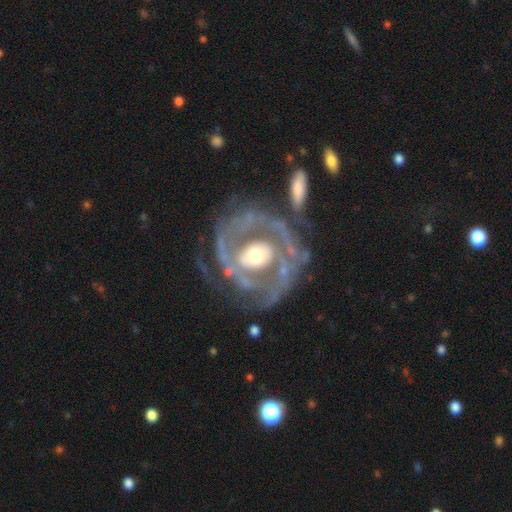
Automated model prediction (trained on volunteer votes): smooth-or-featured: featured or disk: 84% | smooth: 11% | star or artifact: 5%
  disk-edge-on: no: 97% | yes: 3%
    bar: no: 67% | weak: 21% | strong: 12%
    has-spiral-arms: yes: 71% | no: 29%
      spiral-winding: tight: 52% | medium: 31% | loose: 16%
      spiral-arm-count: 2: 40% | can't tell: 27% | 3: 13% | 1: 9% | 4: 6% | more than 4: 5%
    bulge-size: moderate: 66% | large: 19% | small: 11% | dominant: 2% | none: 1%
  merging: none: 56% | major disturbance: 20% | minor disturbance: 18% | merger: 5%